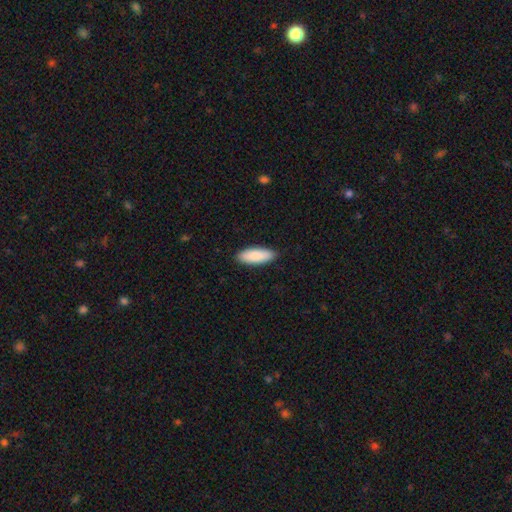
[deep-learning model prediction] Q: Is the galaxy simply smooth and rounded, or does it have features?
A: smooth — 89%.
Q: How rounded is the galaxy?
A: in between — 72%.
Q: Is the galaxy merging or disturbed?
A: none — 89%.